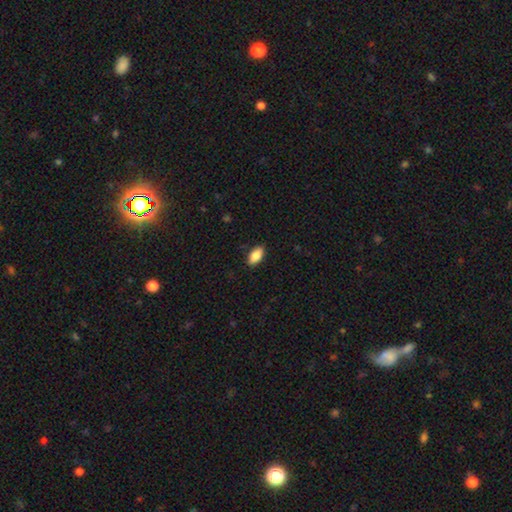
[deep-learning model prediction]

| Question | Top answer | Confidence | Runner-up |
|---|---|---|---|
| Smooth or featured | smooth | 86% | featured or disk (7%) |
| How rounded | in between | 92% | cigar-shaped (6%) |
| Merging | none | 88% | minor disturbance (9%) |